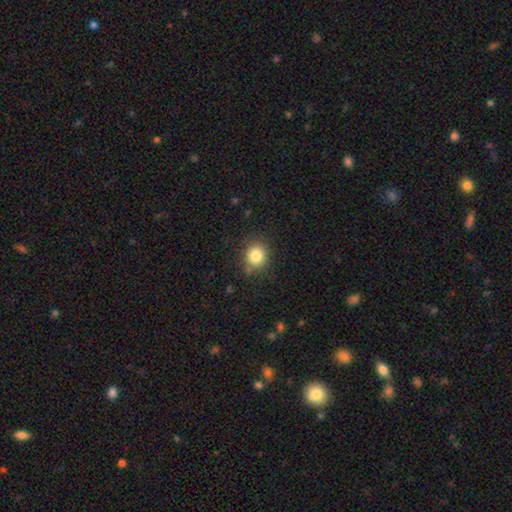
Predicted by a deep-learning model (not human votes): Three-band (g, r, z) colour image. It shows a smooth galaxy with no disk features (83%) that is round (82%). Merging: none (82%).